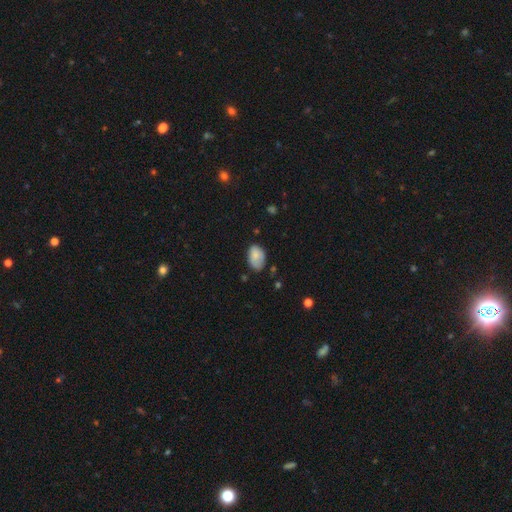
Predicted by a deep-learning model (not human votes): smooth_or_featured: smooth (p=0.81) [alt: featured or disk p=0.12]
how_rounded: in between (p=0.89) [alt: round p=0.10]
merging: none (p=0.61) [alt: minor disturbance p=0.29]